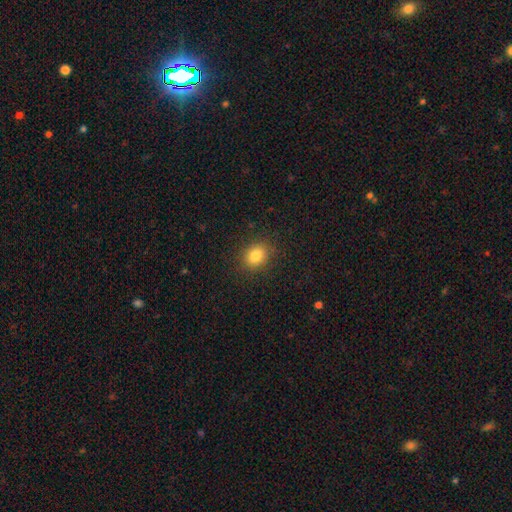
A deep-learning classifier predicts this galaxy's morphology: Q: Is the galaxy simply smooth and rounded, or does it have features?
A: smooth — 83%.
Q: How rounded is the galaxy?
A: round — 51%.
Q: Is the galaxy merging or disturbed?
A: none — 87%.